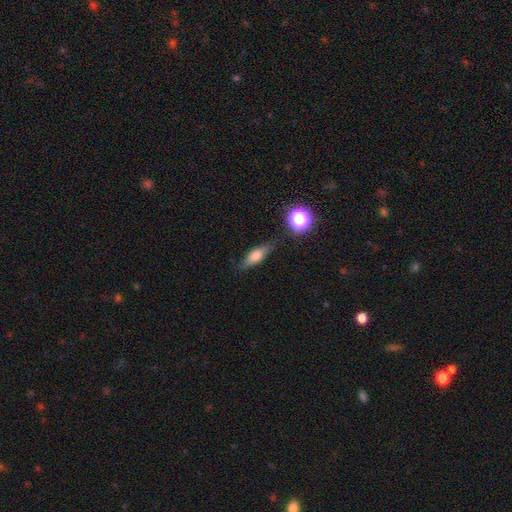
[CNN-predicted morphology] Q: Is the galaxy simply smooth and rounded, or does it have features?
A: smooth — 57%.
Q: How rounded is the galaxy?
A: in between — 51%.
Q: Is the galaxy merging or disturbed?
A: none — 79%.